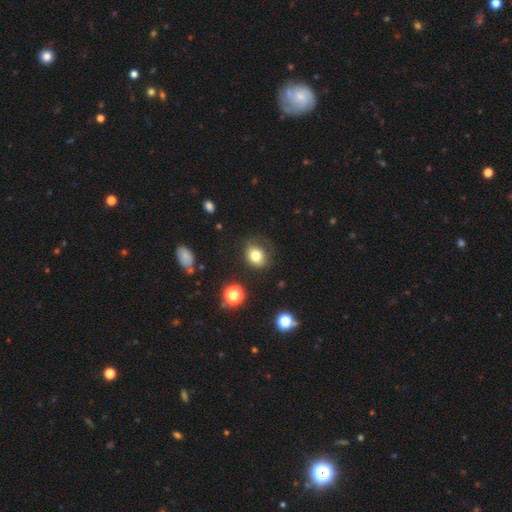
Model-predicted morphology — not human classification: smooth_or_featured: smooth (p=0.78) [alt: star or artifact p=0.12]
how_rounded: round (p=0.52) [alt: in between p=0.47]
merging: none (p=0.71) [alt: minor disturbance p=0.19]